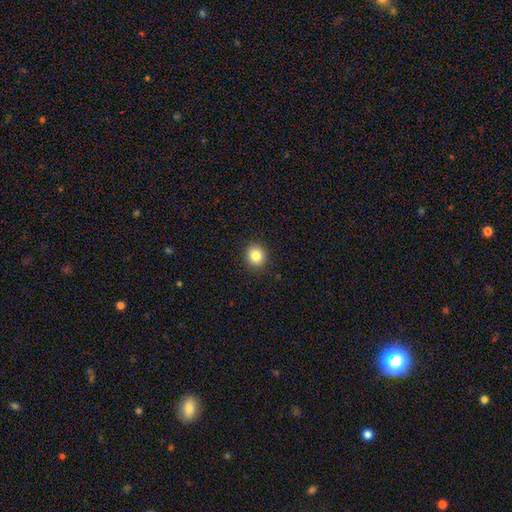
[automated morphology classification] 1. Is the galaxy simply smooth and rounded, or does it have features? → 85% smooth, 10% star or artifact, 5% featured or disk.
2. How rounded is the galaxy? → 83% round, 16% in between, 1% cigar-shaped.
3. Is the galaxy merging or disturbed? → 91% none, 6% minor disturbance, 2% major disturbance, 1% merger.